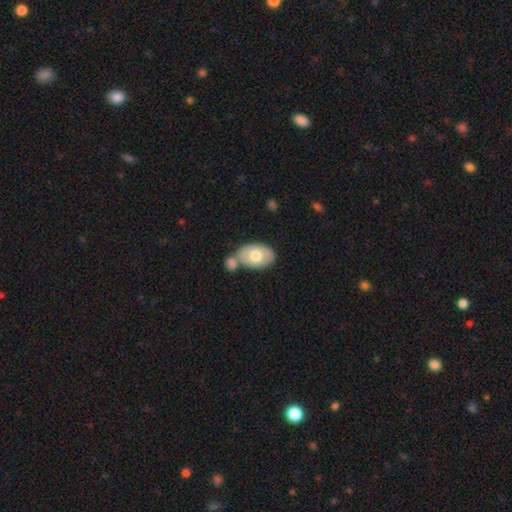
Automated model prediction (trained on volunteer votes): smooth_or_featured: smooth (p=0.64) [alt: featured or disk p=0.31]
how_rounded: in between (p=0.90) [alt: round p=0.09]
merging: none (p=0.45) [alt: merger p=0.34]